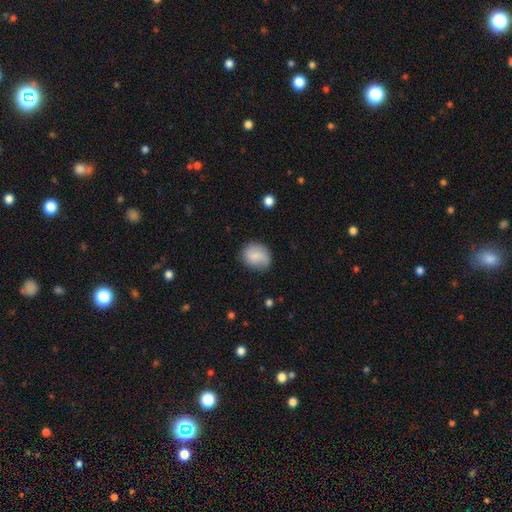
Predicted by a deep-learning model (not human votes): This appears to be a smooth galaxy with no disk features (80%) that is round (56%). Merging: none (72%).